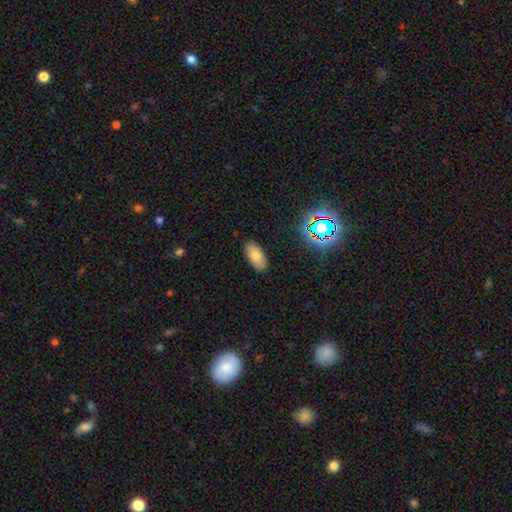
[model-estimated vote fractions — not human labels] smooth-or-featured: smooth: 78% | featured or disk: 11% | star or artifact: 11%
  how-rounded: in between: 90% | cigar-shaped: 7% | round: 3%
  merging: none: 86% | minor disturbance: 10% | major disturbance: 2% | merger: 1%